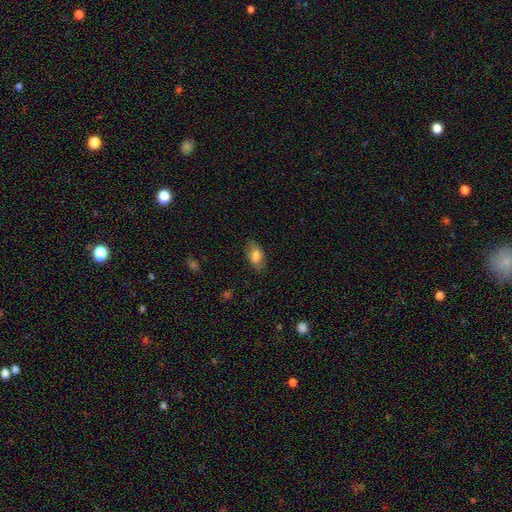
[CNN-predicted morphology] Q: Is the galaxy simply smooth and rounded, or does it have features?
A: smooth — 76%.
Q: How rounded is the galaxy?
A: in between — 92%.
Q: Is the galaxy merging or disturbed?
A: none — 79%.